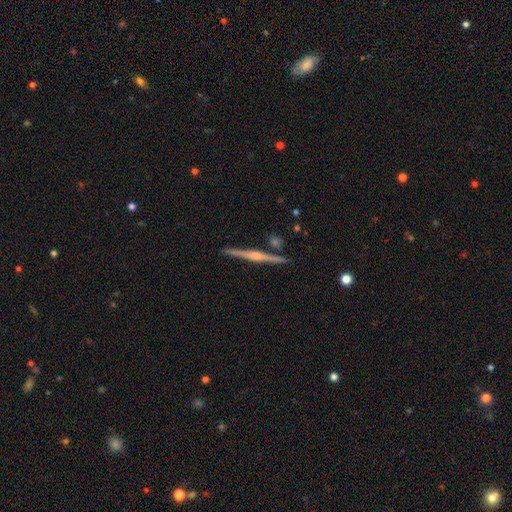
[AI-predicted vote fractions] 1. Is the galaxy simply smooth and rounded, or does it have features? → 82% featured or disk, 13% smooth, 5% star or artifact.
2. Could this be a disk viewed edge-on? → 99% yes, 1% no.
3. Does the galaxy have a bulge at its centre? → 73% rounded, 14% none, 12% boxy.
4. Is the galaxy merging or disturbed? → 90% none, 6% minor disturbance, 3% merger, 1% major disturbance.